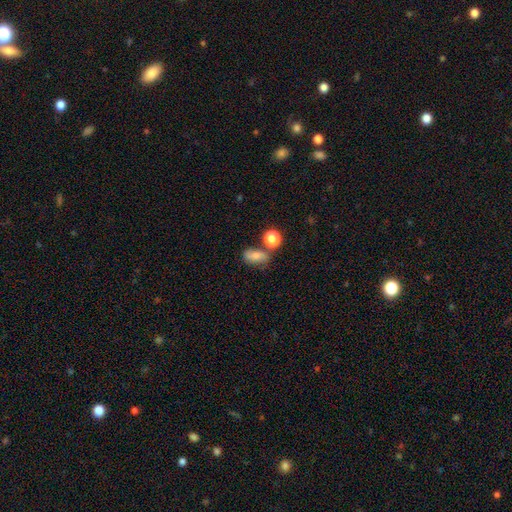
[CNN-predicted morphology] A smooth galaxy with no disk features (73%) that is in between round and cigar-shaped (79%).

Vote fractions:
- Smooth or featured? smooth: 73% / featured or disk: 15% / star or artifact: 12%
- How rounded? in between: 79% / round: 16% / cigar-shaped: 5%
- Merging? none: 55% / minor disturbance: 19% / merger: 18% / major disturbance: 7%